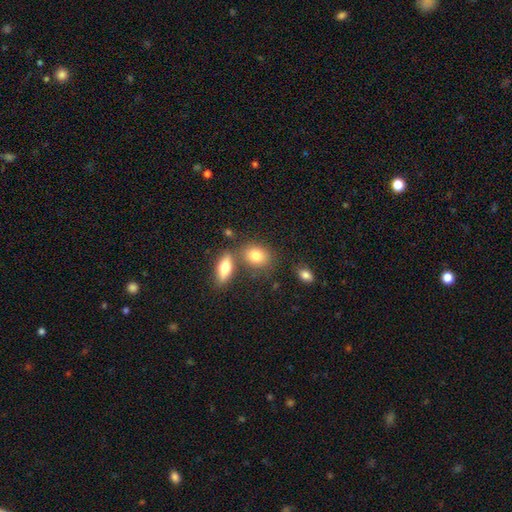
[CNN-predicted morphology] A smooth galaxy with no disk features (81%) that is in between round and cigar-shaped (63%).

Vote fractions:
- Smooth or featured? smooth: 81% / featured or disk: 11% / star or artifact: 8%
- How rounded? in between: 63% / round: 35% / cigar-shaped: 3%
- Merging? none: 62% / merger: 23% / minor disturbance: 12% / major disturbance: 4%